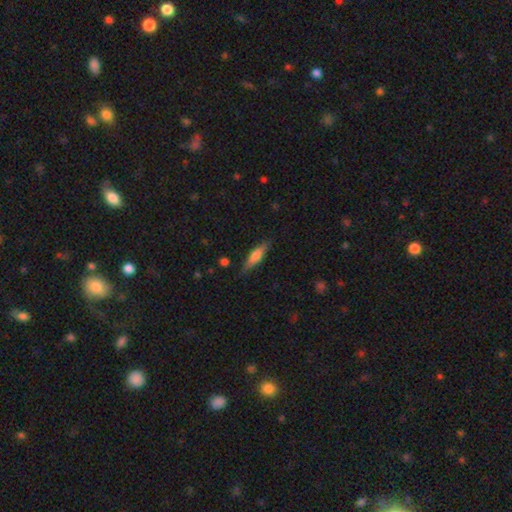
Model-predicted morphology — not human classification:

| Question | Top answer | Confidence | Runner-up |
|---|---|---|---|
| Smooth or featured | smooth | 53% | featured or disk (41%) |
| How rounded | cigar-shaped | 72% | in between (25%) |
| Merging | none | 84% | minor disturbance (12%) |